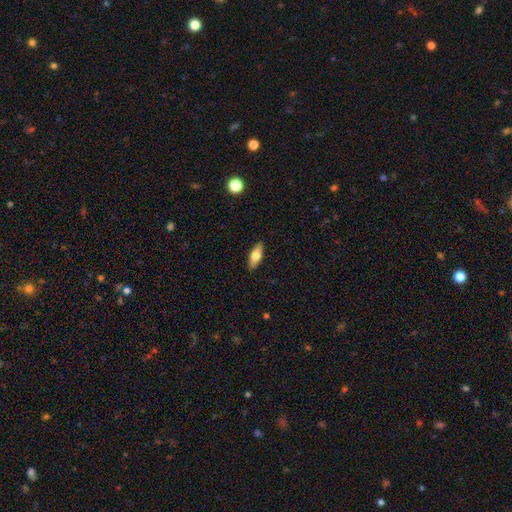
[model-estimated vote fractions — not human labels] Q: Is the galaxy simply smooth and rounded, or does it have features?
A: smooth — 65%.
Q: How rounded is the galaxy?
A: in between — 69%.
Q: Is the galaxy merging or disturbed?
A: none — 89%.